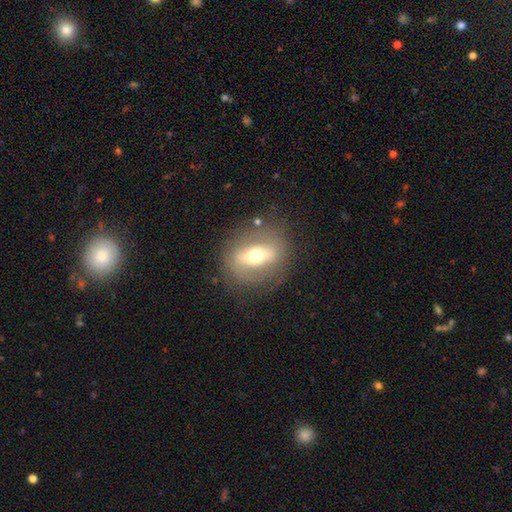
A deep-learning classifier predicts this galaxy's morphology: Q: Smooth or featured?
A: featured or disk (55%); runner-up: smooth (37%)
Q: Edge-on disk?
A: no (77%); runner-up: yes (23%)
Q: Merging?
A: none (78%); runner-up: minor disturbance (13%)